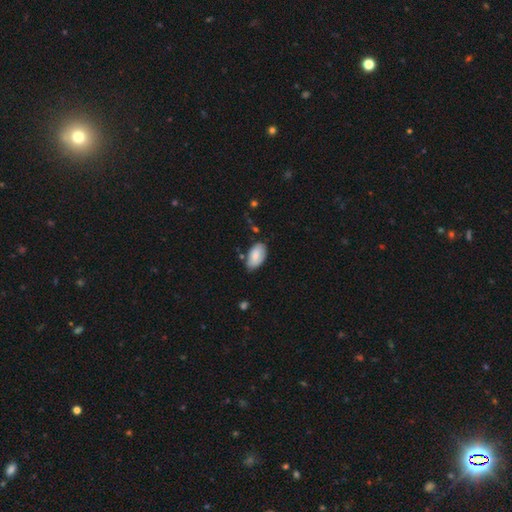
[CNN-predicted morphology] Smooth or featured? Predicted: smooth (p=0.81). How rounded? Predicted: in between (p=0.95). Merging? Predicted: none (p=0.65).